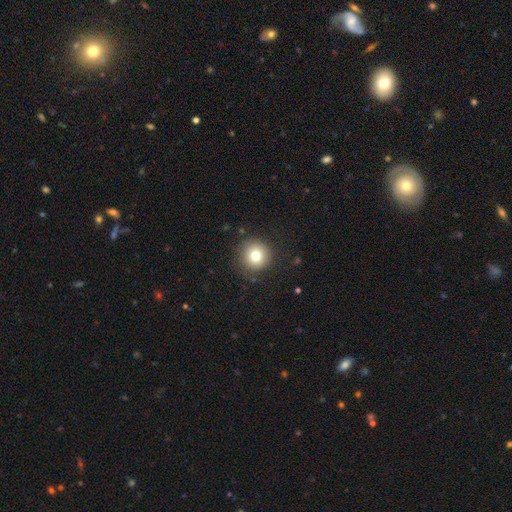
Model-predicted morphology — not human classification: Smooth or featured: smooth — 78% (star or artifact — 11%)
How rounded: round — 94% (in between — 6%)
Merging: none — 87% (minor disturbance — 9%)